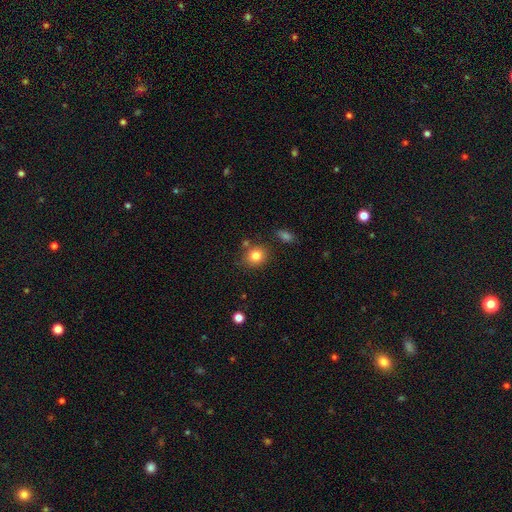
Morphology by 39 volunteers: smooth-or-featured: smooth: 77% | featured or disk: 13% | star or artifact: 10%
  how-rounded: round: 77% | in between: 23% | cigar-shaped: 0%
  merging: none: 74% | minor disturbance: 14% | merger: 11% | major disturbance: 0%